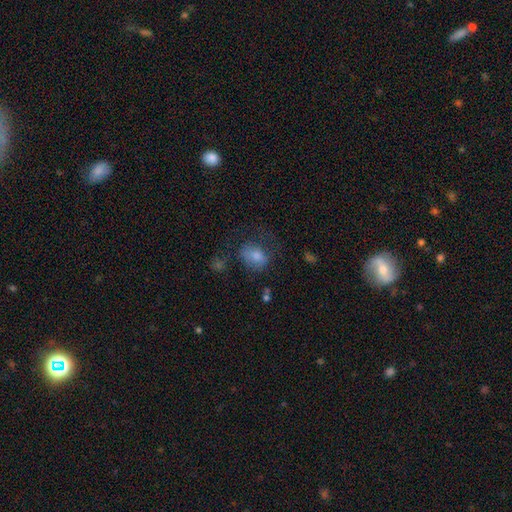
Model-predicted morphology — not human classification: The model was most divided on "how rounded": in between: 55%, round: 44%, cigar-shaped: 1%. Remaining: smooth or featured — smooth (66%); merging — none (50%).